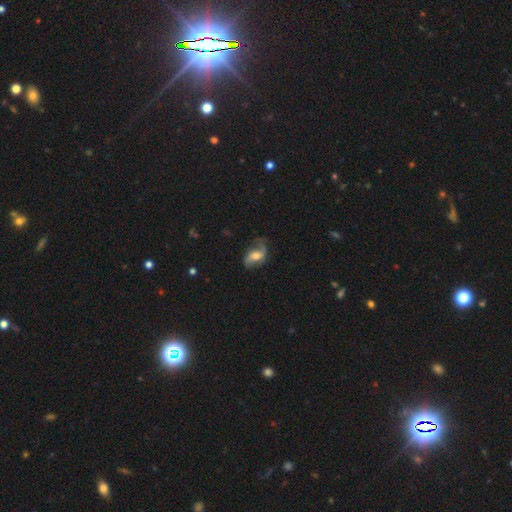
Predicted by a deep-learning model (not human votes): Q: Smooth or featured?
A: featured or disk (68%); runner-up: smooth (24%)
Q: Edge-on disk?
A: no (95%); runner-up: yes (5%)
Q: Bar?
A: no (45%); runner-up: weak (37%)
Q: Spiral arms?
A: yes (89%); runner-up: no (11%)
Q: Spiral winding?
A: loose (68%); runner-up: medium (24%)
Q: Spiral arm count?
A: 2 (83%); runner-up: 1 (8%)
Q: Bulge size?
A: moderate (62%); runner-up: small (23%)
Q: Merging?
A: none (60%); runner-up: minor disturbance (24%)